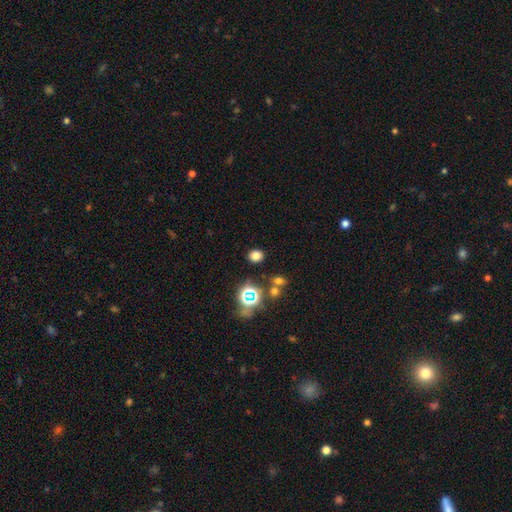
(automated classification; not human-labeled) The model was most divided on "how rounded": round: 67%, in between: 32%, cigar-shaped: 1%. More confident: merging — none (84%); smooth or featured — smooth (72%).